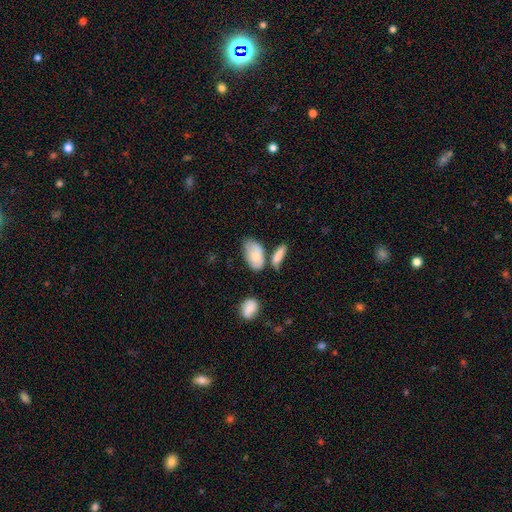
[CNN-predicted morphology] The model was most divided on "merging": none: 48%, minor disturbance: 25%, merger: 19%, major disturbance: 8%. More confident: how rounded — in between (92%); smooth or featured — smooth (75%).